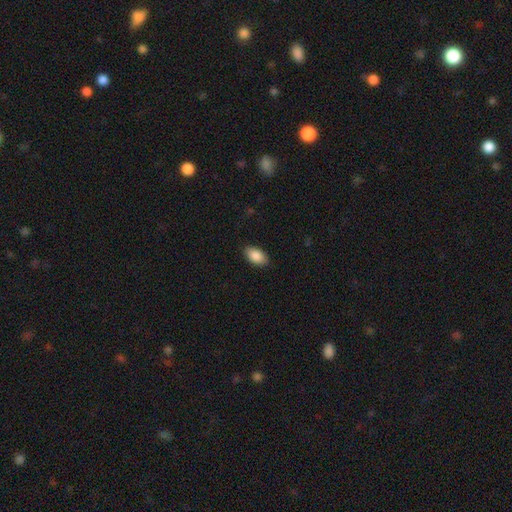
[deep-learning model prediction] Smooth or featured? smooth (89%)
How rounded? in between (93%)
Merging? none (87%)